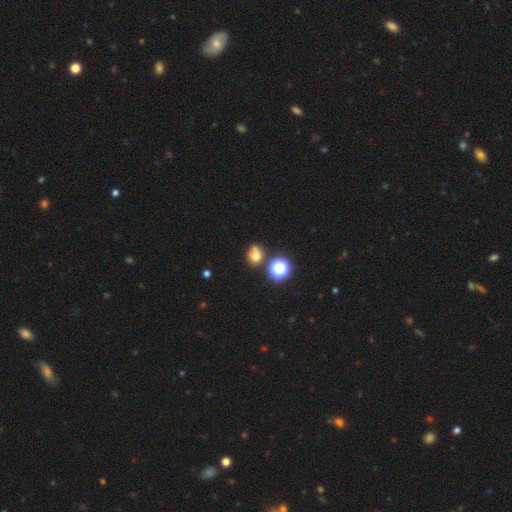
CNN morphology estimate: smooth 68%, star or artifact 20%, featured or disk 13%. Down the decision tree: how rounded — round (66%); merging — none (53%).